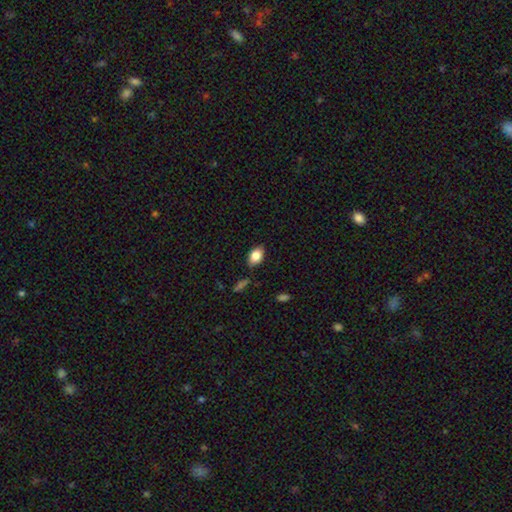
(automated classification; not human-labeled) This appears to be a smooth galaxy with no disk features (83%) that is in between round and cigar-shaped (86%). Merging: none (81%).